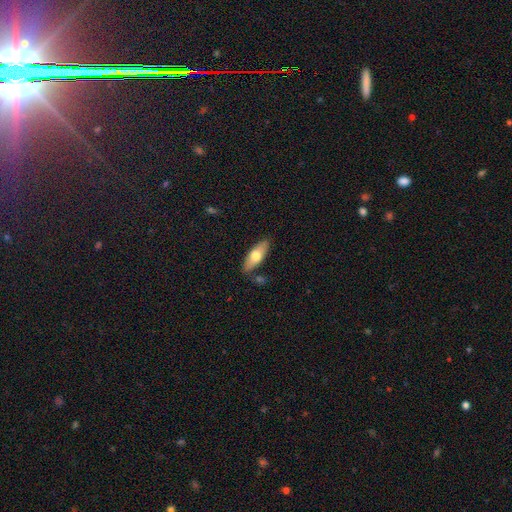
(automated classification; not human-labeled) Smooth or featured? Predicted: smooth (p=0.66). How rounded? Predicted: in between (p=0.72). Merging? Predicted: none (p=0.82).